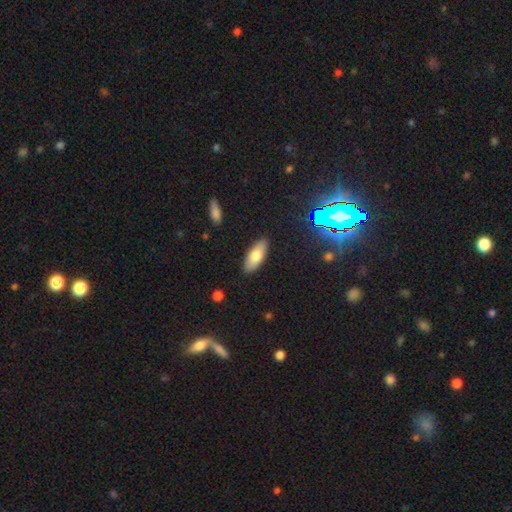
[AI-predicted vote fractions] The model was most divided on "smooth or featured": smooth: 74%, featured or disk: 19%, star or artifact: 7%. More confident: merging — none (88%); how rounded — in between (77%).